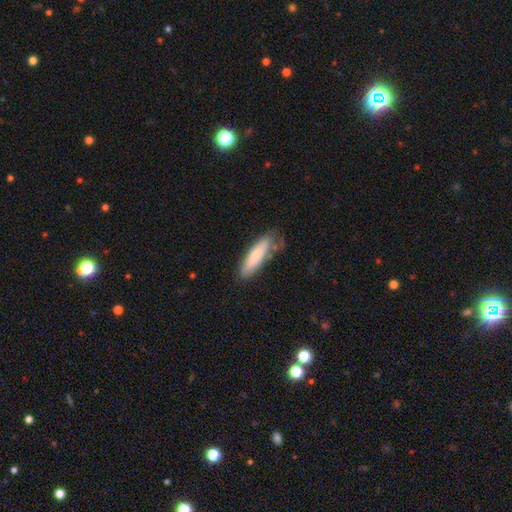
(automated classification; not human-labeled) smooth_or_featured: smooth (p=0.74) [alt: featured or disk p=0.20]
how_rounded: cigar-shaped (p=0.66) [alt: in between p=0.33]
merging: none (p=0.67) [alt: minor disturbance p=0.23]